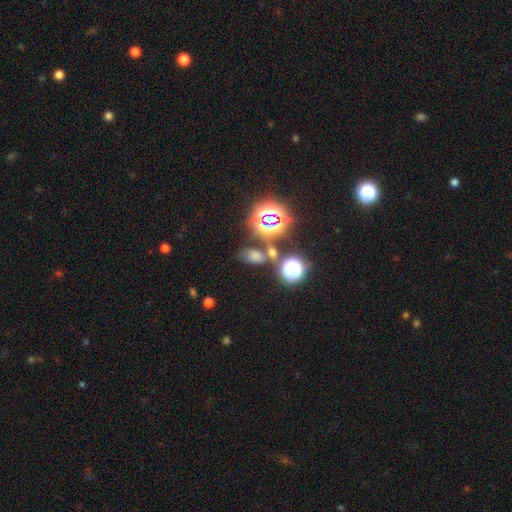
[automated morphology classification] Smooth or featured: smooth — 51% (star or artifact — 38%)
How rounded: in between — 79% (round — 18%)
Merging: none — 59% (merger — 20%)